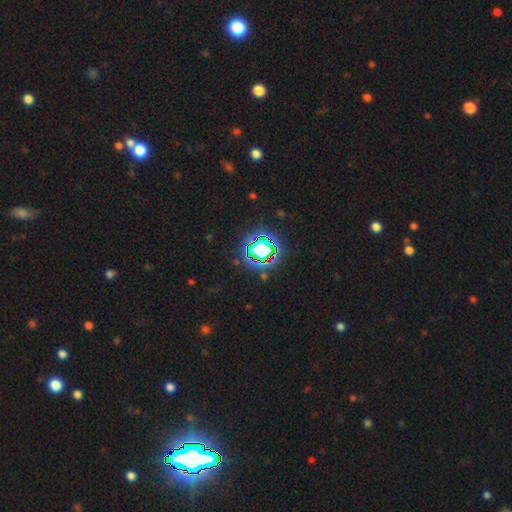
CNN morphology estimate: This is clearly a star or artifact rather than a galaxy (81%).